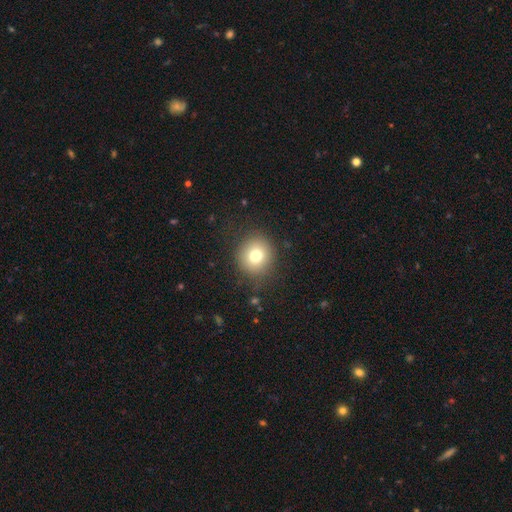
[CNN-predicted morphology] Smooth or featured? Predicted: smooth (p=0.76). How rounded? Predicted: round (p=0.89). Merging? Predicted: none (p=0.86).